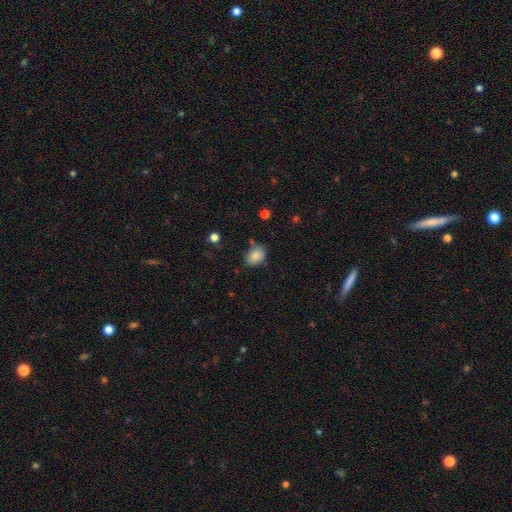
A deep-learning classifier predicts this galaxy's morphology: smooth-or-featured: smooth: 85% | star or artifact: 9% | featured or disk: 7%
  how-rounded: in between: 72% | round: 27% | cigar-shaped: 1%
  merging: none: 74% | minor disturbance: 18% | merger: 4% | major disturbance: 4%